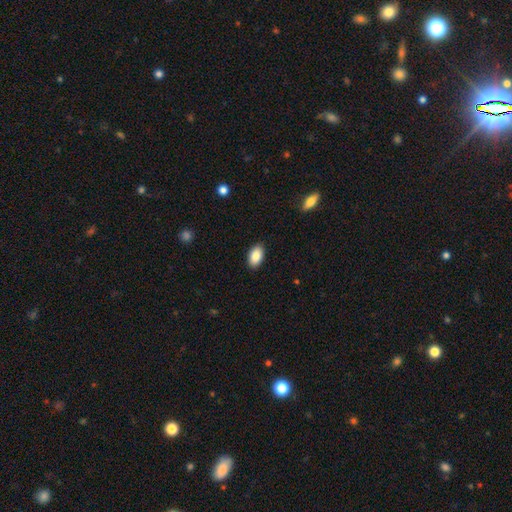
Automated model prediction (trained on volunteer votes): This is clearly a smooth galaxy (87%). How rounded: clearly in between (94%). Merging: clearly none (89%).